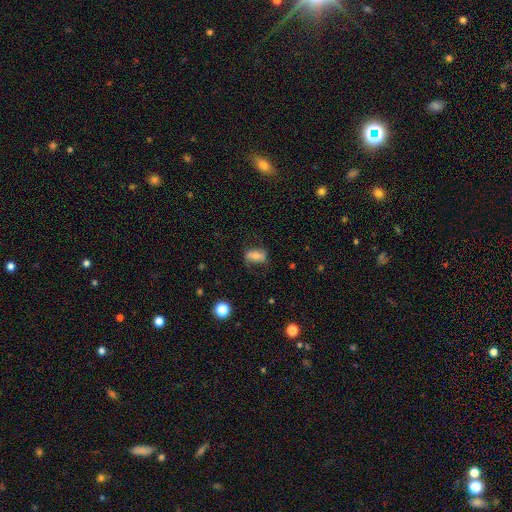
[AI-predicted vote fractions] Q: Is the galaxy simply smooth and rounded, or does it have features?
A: smooth — 56%.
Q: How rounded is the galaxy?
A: in between — 82%.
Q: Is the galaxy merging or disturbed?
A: none — 61%.